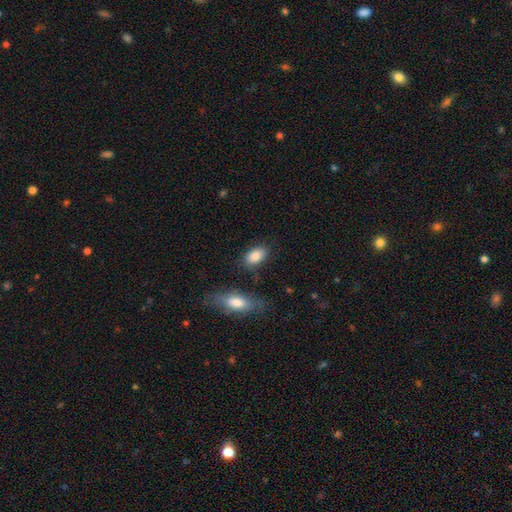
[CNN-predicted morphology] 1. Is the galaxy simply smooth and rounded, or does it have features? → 88% smooth, 7% star or artifact, 6% featured or disk.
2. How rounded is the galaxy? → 90% in between, 7% round, 3% cigar-shaped.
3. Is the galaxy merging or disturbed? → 78% none, 14% minor disturbance, 5% merger, 4% major disturbance.